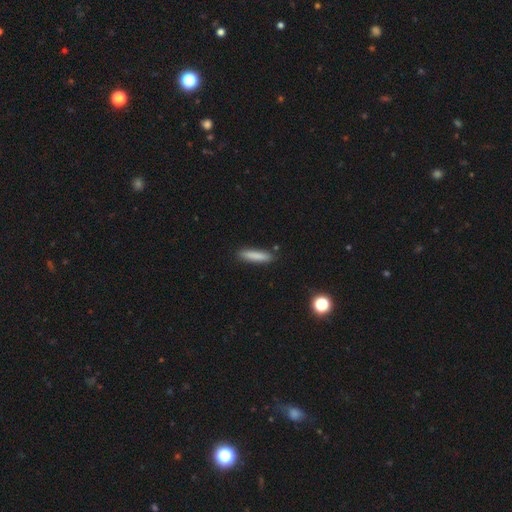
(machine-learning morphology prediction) smooth-or-featured: smooth: 84% | featured or disk: 9% | star or artifact: 7%
  how-rounded: cigar-shaped: 83% | in between: 16% | round: 1%
  merging: none: 87% | minor disturbance: 9% | merger: 2% | major disturbance: 2%